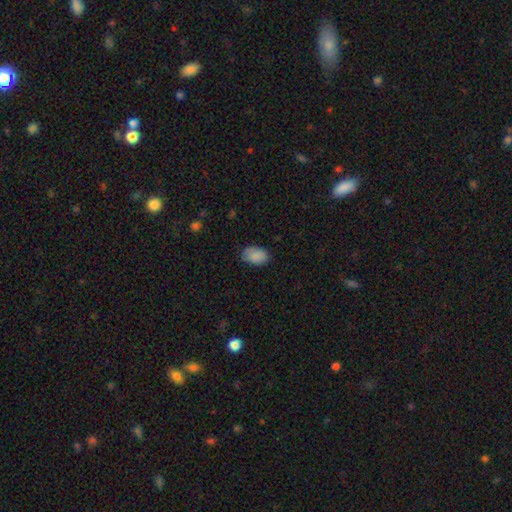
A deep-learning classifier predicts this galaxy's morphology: This appears to be a smooth galaxy with no disk features (87%) that is in between round and cigar-shaped (88%). Merging: none (76%).